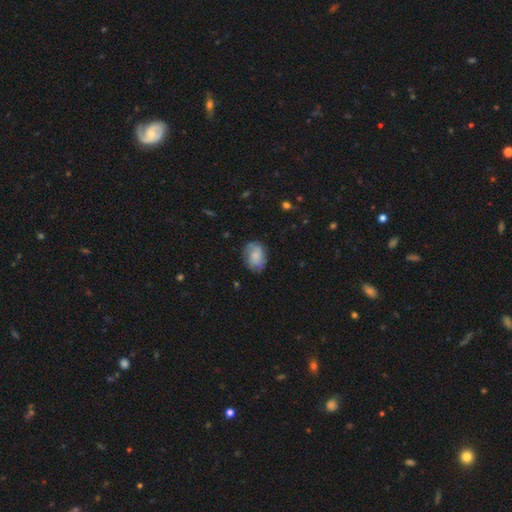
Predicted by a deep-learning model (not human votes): A smooth galaxy with no disk features (68%) that is in between round and cigar-shaped (67%). Merging: none (68%).